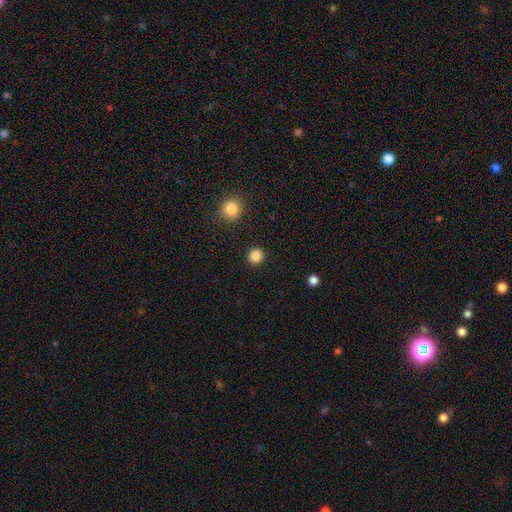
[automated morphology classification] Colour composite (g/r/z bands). It shows a smooth galaxy with no disk features (86%) that is round (90%). Merging: none (92%).